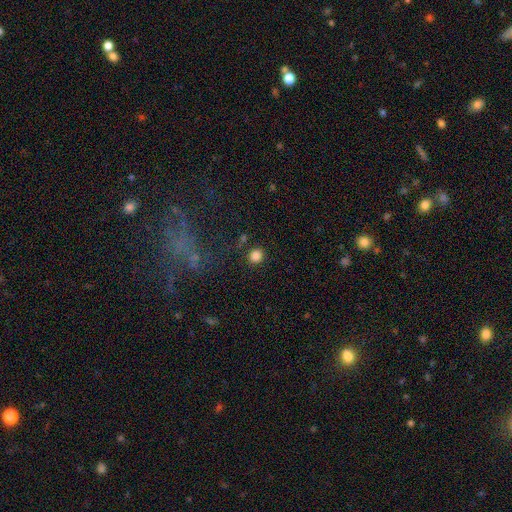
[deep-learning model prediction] Smooth or featured?
  - smooth: 84% *
  - star or artifact: 12%
  - featured or disk: 4%
How rounded?
  - round: 90% *
  - in between: 9%
  - cigar-shaped: 1%
Merging?
  - none: 87% *
  - minor disturbance: 7%
  - merger: 3%
  - major disturbance: 3%